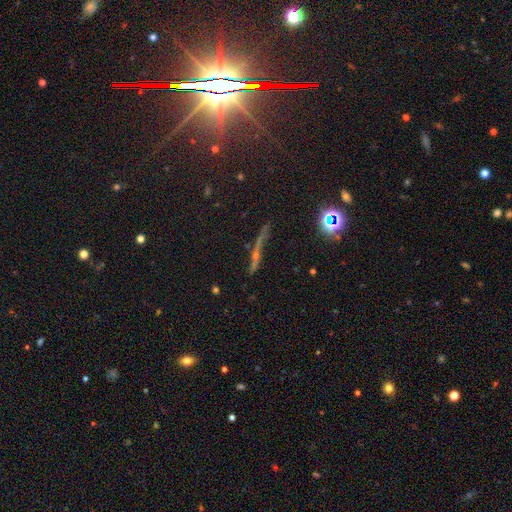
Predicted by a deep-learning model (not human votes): featured or disk 53%, star or artifact 27%, smooth 20%. Down the decision tree: edge-on disk — yes (79%); merging — none (67%).